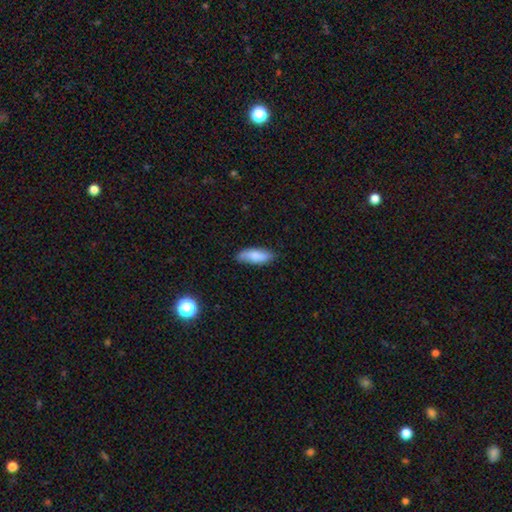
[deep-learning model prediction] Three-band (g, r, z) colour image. It shows a smooth galaxy with no disk features (79%) that is in between round and cigar-shaped (69%). Merging: none (78%).